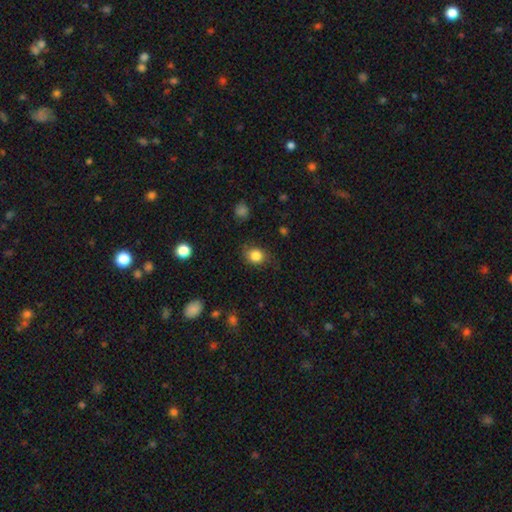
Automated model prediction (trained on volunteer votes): Q: Smooth or featured?
A: smooth (83%); runner-up: star or artifact (11%)
Q: How rounded?
A: round (61%); runner-up: in between (38%)
Q: Merging?
A: none (73%); runner-up: minor disturbance (20%)